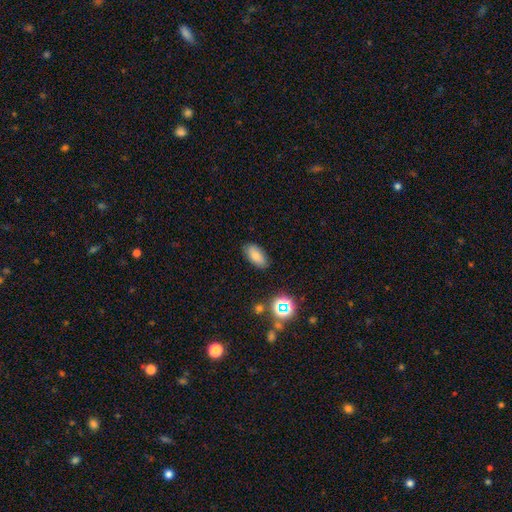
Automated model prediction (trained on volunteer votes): Q: Smooth or featured?
A: smooth (79%); runner-up: star or artifact (11%)
Q: How rounded?
A: in between (90%); runner-up: cigar-shaped (6%)
Q: Merging?
A: none (84%); runner-up: minor disturbance (12%)